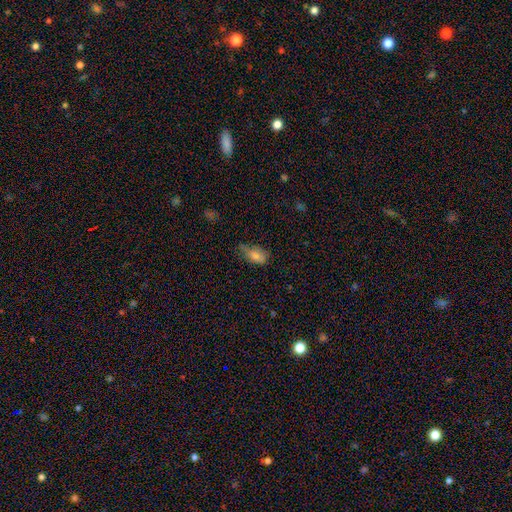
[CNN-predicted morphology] smooth 74%, featured or disk 15%, star or artifact 11%. Down the decision tree: how rounded — in between (86%); merging — none (49%).